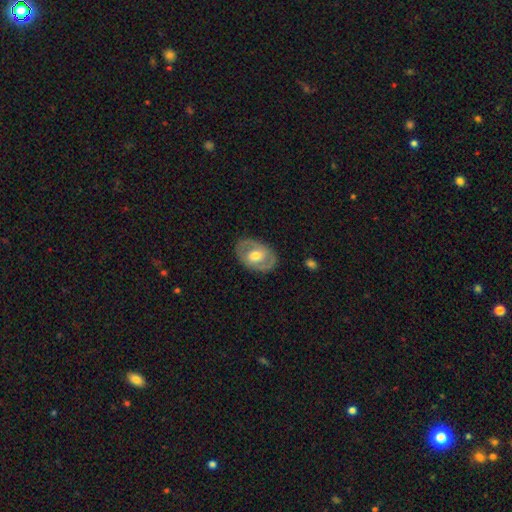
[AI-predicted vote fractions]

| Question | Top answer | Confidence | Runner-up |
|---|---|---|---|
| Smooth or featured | featured or disk | 60% | smooth (35%) |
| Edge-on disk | no | 93% | yes (7%) |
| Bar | no | 47% | weak (38%) |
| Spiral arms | no | 55% | yes (45%) |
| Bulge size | moderate | 72% | small (14%) |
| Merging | none | 83% | minor disturbance (12%) |